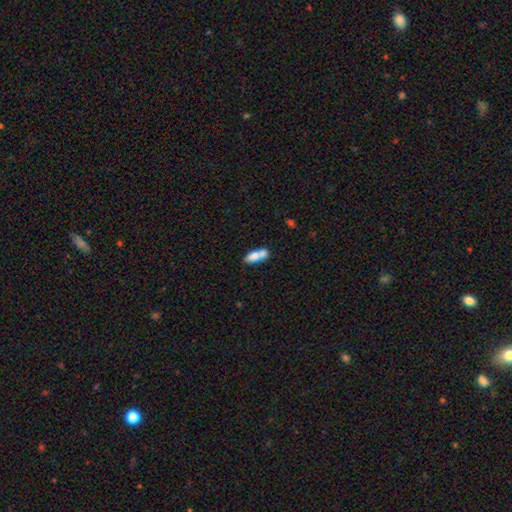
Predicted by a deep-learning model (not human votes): A smooth galaxy with no disk features (72%) that is in between round and cigar-shaped (73%). Merging: merger (52%).